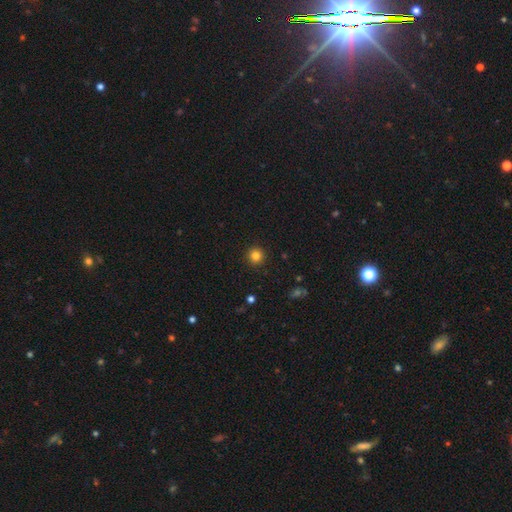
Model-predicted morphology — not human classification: Smooth or featured? smooth (83%)
How rounded? round (95%)
Merging? none (92%)